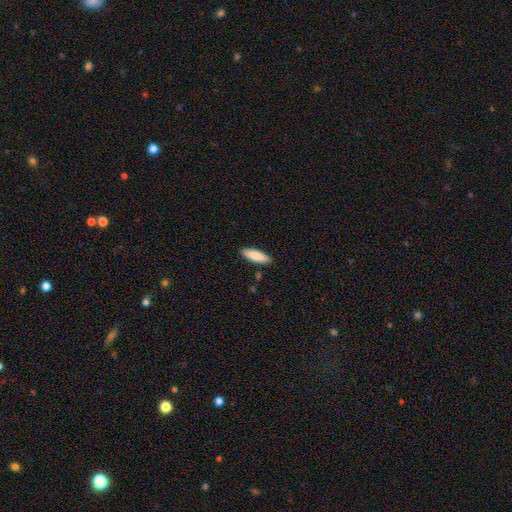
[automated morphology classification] Q: Smooth or featured?
A: smooth (86%); runner-up: featured or disk (9%)
Q: How rounded?
A: cigar-shaped (50%); runner-up: in between (48%)
Q: Merging?
A: none (89%); runner-up: minor disturbance (8%)